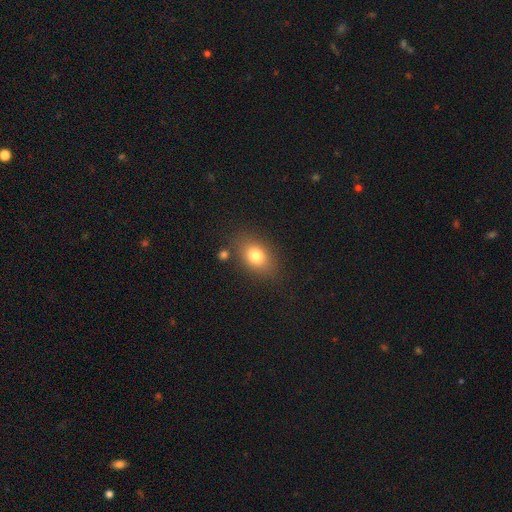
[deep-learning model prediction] Smooth or featured? Predicted: smooth (p=0.79). How rounded? Predicted: in between (p=0.75). Merging? Predicted: none (p=0.79).